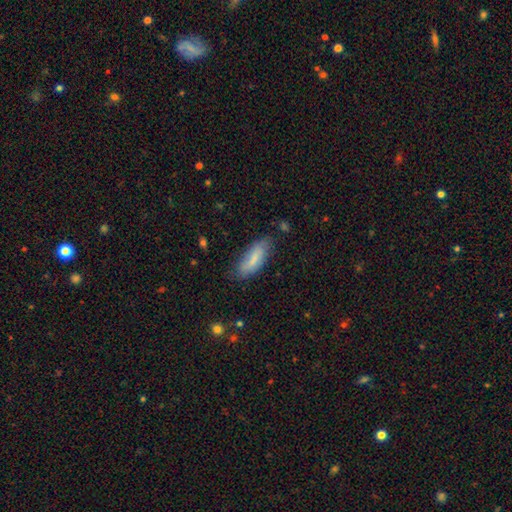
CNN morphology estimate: This is likely a smooth galaxy (75%). How rounded: likely in between (68%). Merging: likely none (70%).